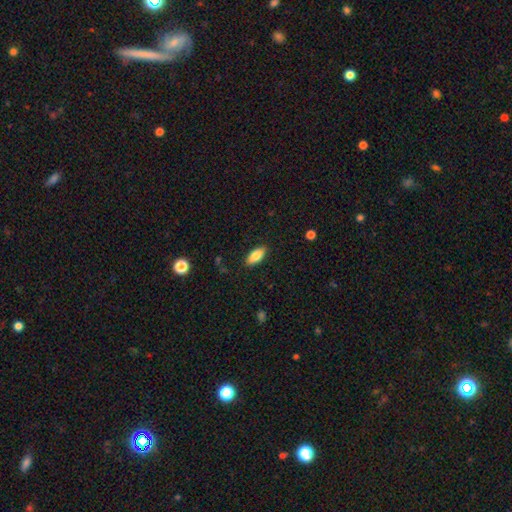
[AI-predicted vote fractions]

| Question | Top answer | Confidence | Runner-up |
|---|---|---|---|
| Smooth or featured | smooth | 84% | featured or disk (10%) |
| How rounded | in between | 86% | cigar-shaped (12%) |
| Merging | none | 87% | minor disturbance (9%) |